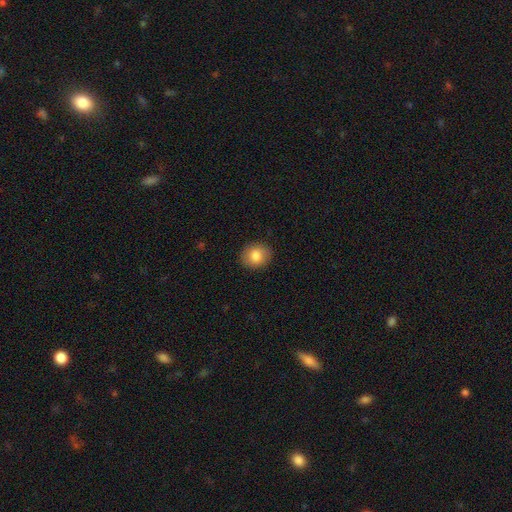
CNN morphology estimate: This is clearly a smooth galaxy (84%). How rounded: likely round (70%). Merging: clearly none (89%).